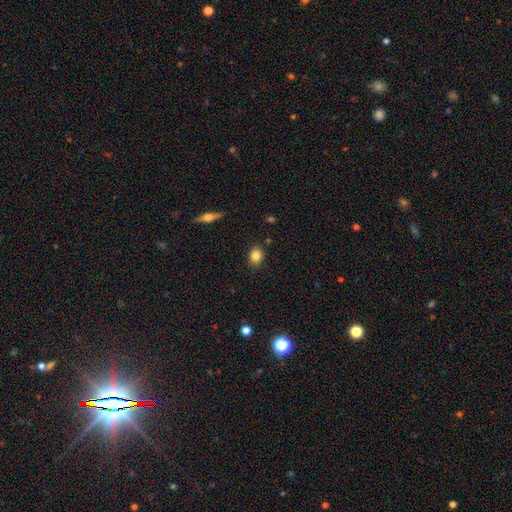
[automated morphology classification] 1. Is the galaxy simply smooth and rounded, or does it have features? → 83% smooth, 9% star or artifact, 8% featured or disk.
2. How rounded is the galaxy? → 60% in between, 39% round, 2% cigar-shaped.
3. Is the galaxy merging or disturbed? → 87% none, 9% minor disturbance, 2% major disturbance, 2% merger.